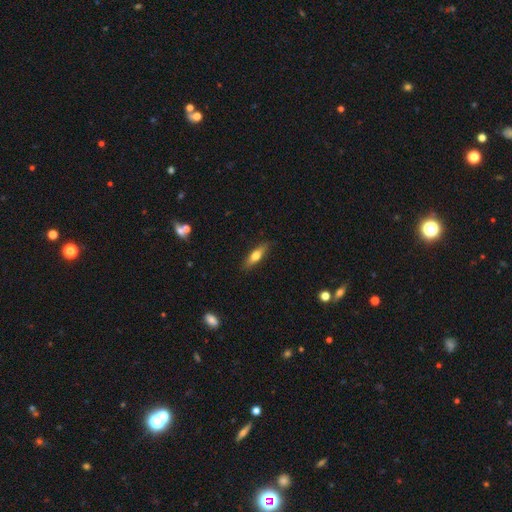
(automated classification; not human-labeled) A smooth galaxy with no disk features (56%) that is cigar-shaped (63%). Merging: none (87%).